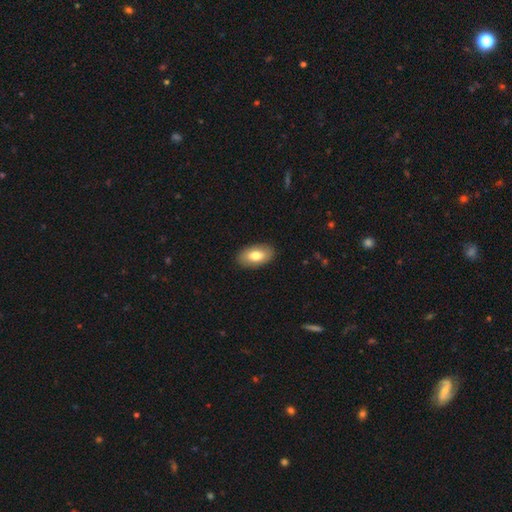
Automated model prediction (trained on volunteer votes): smooth_or_featured: smooth (p=0.76) [alt: featured or disk p=0.18]
how_rounded: in between (p=0.94) [alt: round p=0.04]
merging: none (p=0.88) [alt: minor disturbance p=0.09]